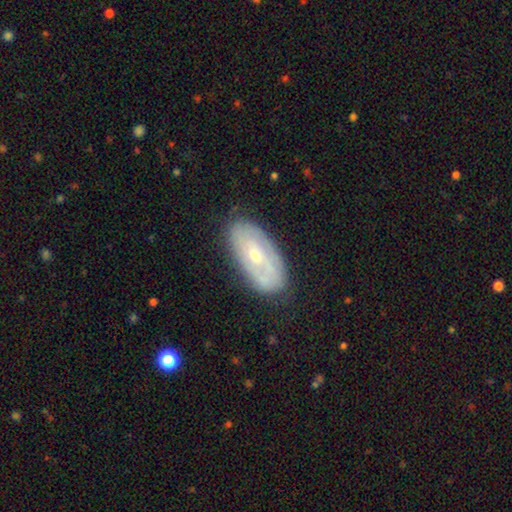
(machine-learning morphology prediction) featured or disk 62%, smooth 32%, star or artifact 7%. Down the decision tree: edge-on disk — no (90%); bar — no (68%); spiral arms — yes (55%); bulge size — small (55%); merging — none (76%).